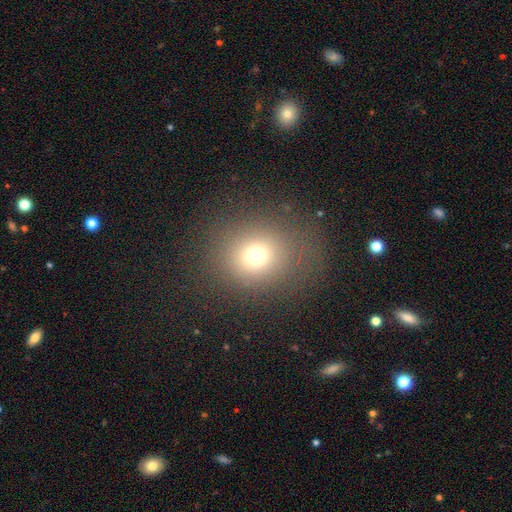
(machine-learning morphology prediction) Smooth or featured? smooth (70%)
How rounded? round (81%)
Merging? none (81%)